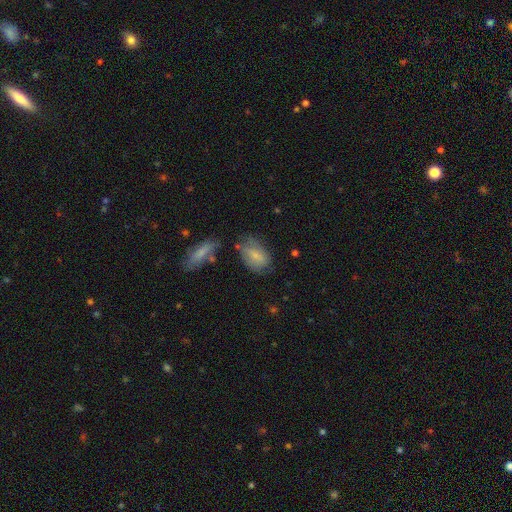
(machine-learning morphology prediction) A smooth galaxy with no disk features (70%) that is in between round and cigar-shaped (88%).

Vote fractions:
- Smooth or featured? smooth: 70% / featured or disk: 22% / star or artifact: 7%
- How rounded? in between: 88% / round: 8% / cigar-shaped: 3%
- Merging? none: 54% / minor disturbance: 28% / major disturbance: 11% / merger: 7%